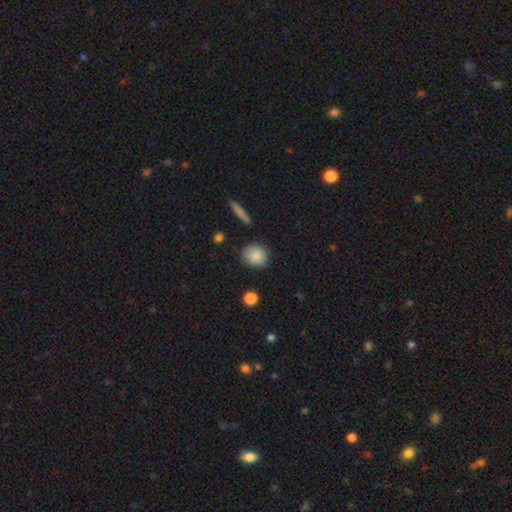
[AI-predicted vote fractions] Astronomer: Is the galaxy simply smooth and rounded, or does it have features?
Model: smooth — 86%.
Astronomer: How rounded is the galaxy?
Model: round — 80%.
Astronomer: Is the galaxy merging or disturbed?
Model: none — 84%.